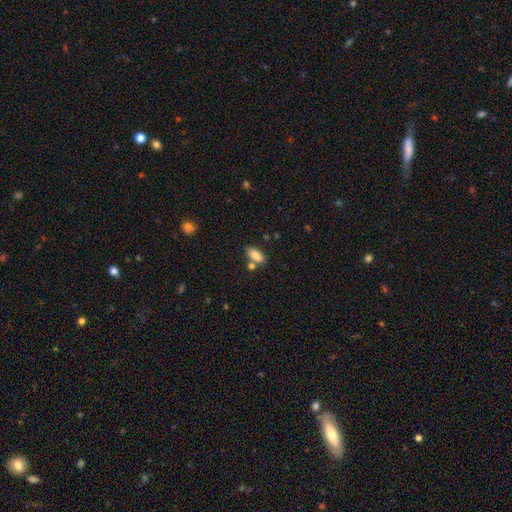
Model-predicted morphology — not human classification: type=smooth (84%); roundness=in between (86%); merging=none (70%).